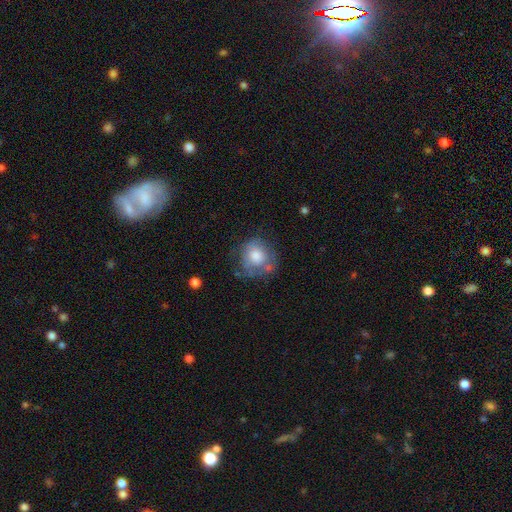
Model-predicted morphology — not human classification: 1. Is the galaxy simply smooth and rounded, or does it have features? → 67% smooth, 26% featured or disk, 8% star or artifact.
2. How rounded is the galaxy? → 80% round, 19% in between, 1% cigar-shaped.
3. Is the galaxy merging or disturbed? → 50% none, 28% minor disturbance, 16% major disturbance, 6% merger.